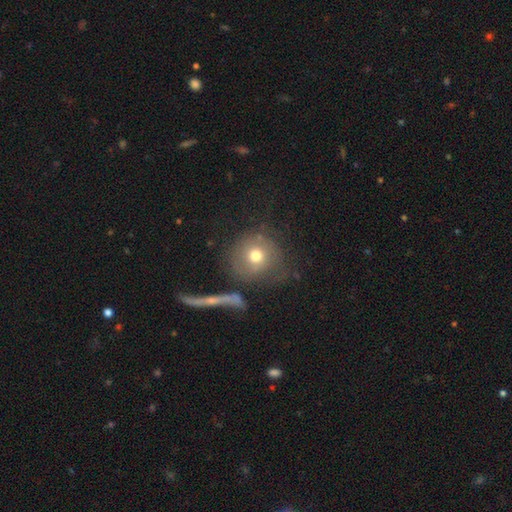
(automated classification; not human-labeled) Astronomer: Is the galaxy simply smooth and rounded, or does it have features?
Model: smooth — 66%.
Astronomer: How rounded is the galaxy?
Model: round — 90%.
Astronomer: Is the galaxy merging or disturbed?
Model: none — 63%.